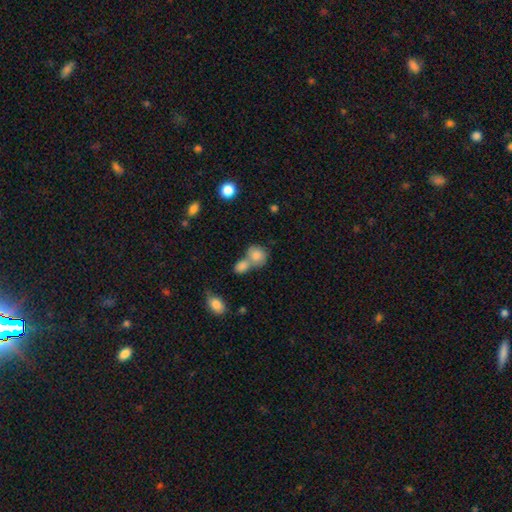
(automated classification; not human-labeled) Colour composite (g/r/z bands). It shows a smooth galaxy with no disk features (81%) that is round (66%). Merging: merger (53%).